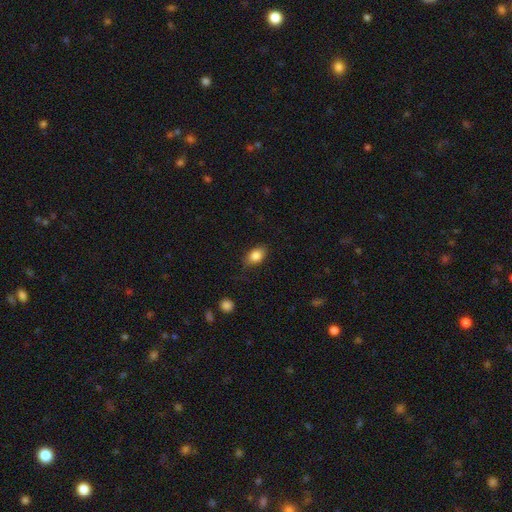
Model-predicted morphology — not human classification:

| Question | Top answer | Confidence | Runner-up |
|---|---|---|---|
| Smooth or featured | smooth | 84% | star or artifact (8%) |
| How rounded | in between | 83% | round (15%) |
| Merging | none | 80% | minor disturbance (15%) |